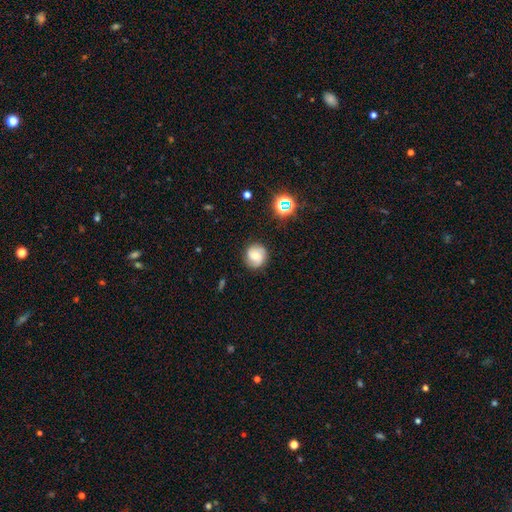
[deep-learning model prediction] This is possibly a featured or disk galaxy (51%). It is clearly not viewed edge-on (97%). Merging: clearly none (83%).